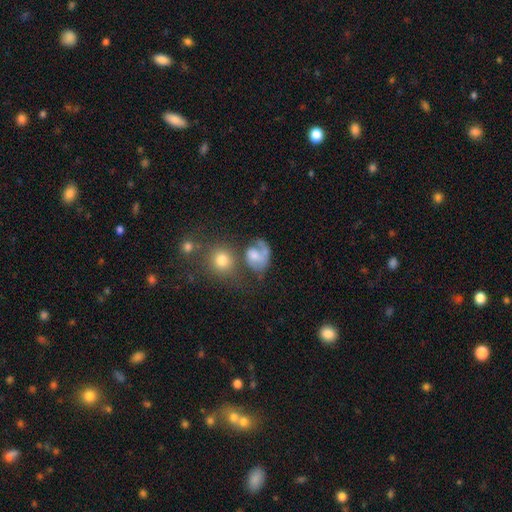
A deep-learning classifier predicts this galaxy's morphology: Q: Smooth or featured?
A: featured or disk (45%); tied with: smooth (45%)
Q: Merging?
A: none (33%); runner-up: major disturbance (28%)